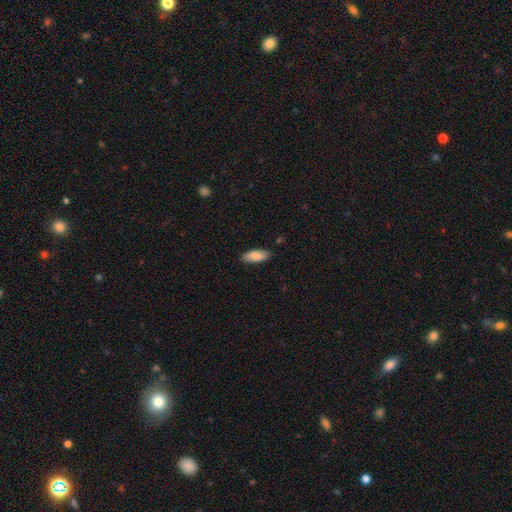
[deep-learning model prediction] Smooth or featured? Predicted: smooth (p=0.88). How rounded? Predicted: in between (p=0.77). Merging? Predicted: none (p=0.84).